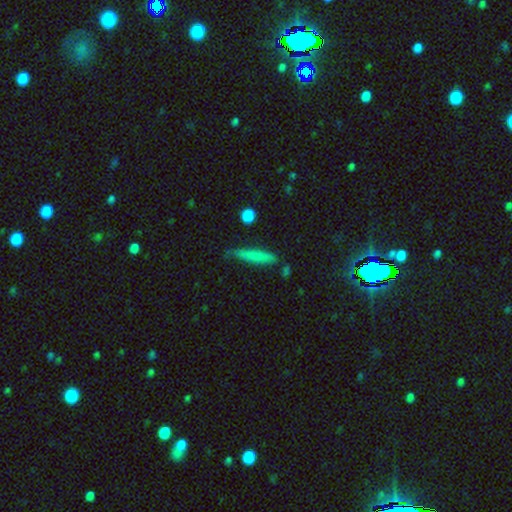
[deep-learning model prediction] smooth 77%, featured or disk 15%, star or artifact 7%. Down the decision tree: how rounded — cigar-shaped (90%); merging — none (71%).